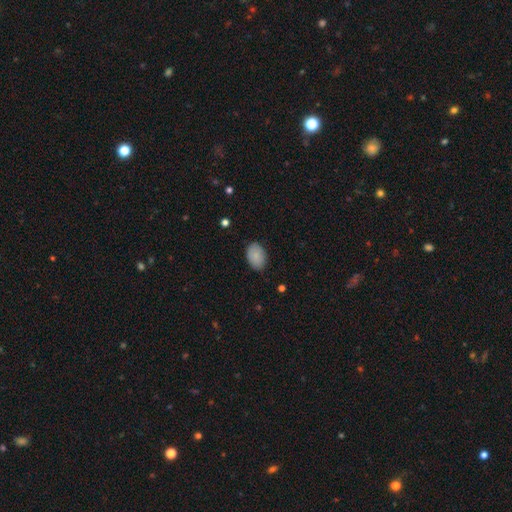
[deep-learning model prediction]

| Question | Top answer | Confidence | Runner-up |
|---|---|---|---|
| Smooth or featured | smooth | 85% | featured or disk (9%) |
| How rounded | in between | 84% | round (15%) |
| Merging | none | 83% | minor disturbance (13%) |